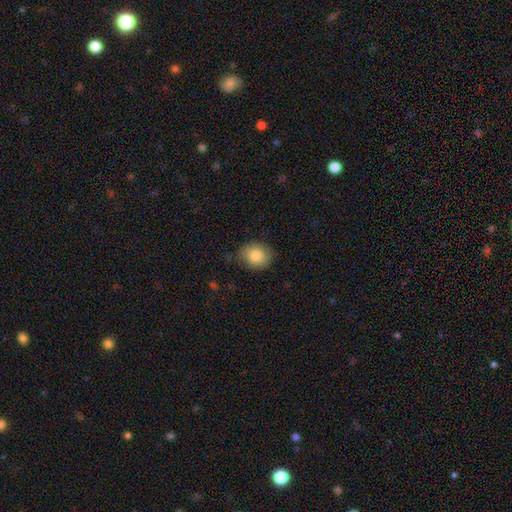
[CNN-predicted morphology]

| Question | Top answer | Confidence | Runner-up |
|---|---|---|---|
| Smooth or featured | smooth | 85% | star or artifact (8%) |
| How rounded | round | 64% | in between (35%) |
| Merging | none | 78% | minor disturbance (17%) |